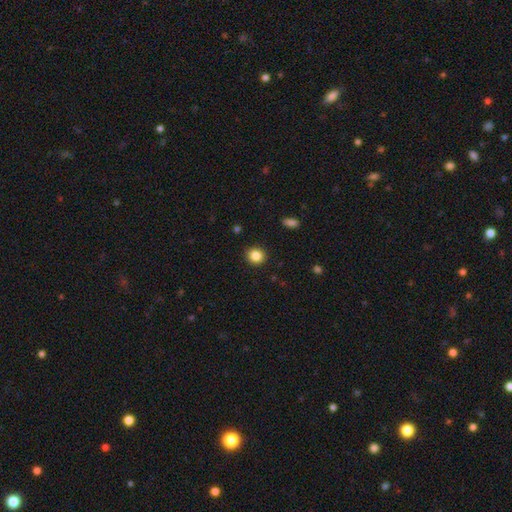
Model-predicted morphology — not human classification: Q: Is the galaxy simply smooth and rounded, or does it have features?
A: smooth — 85%.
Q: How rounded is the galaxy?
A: round — 85%.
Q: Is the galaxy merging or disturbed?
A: none — 91%.